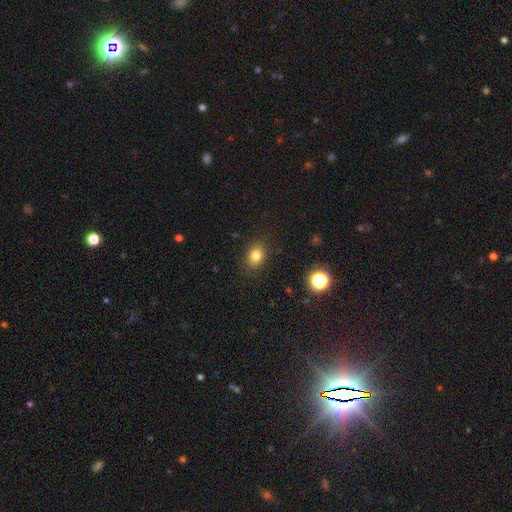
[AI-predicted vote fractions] Smooth or featured?
  - smooth: 82% *
  - star or artifact: 12%
  - featured or disk: 7%
How rounded?
  - in between: 69% *
  - round: 30%
  - cigar-shaped: 1%
Merging?
  - none: 87% *
  - minor disturbance: 9%
  - major disturbance: 3%
  - merger: 1%